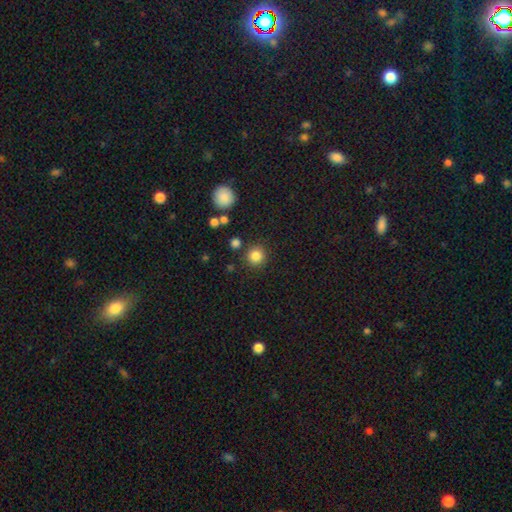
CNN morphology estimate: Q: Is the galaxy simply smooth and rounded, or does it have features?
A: smooth — 84%.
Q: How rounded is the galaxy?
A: round — 93%.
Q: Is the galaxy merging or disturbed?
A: none — 86%.